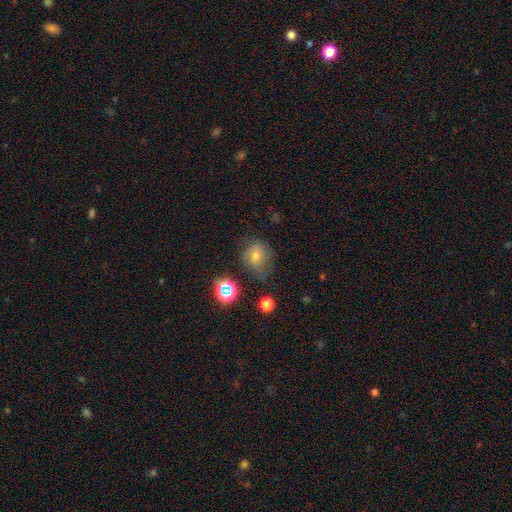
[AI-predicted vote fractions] Morphology: type=smooth (57%); roundness=round (69%); merging=none (57%).